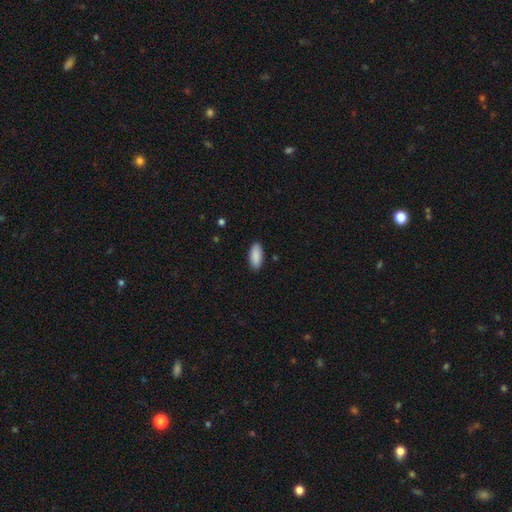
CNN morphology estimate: This appears to be a smooth galaxy with no disk features (90%) that is in between round and cigar-shaped (86%). Merging: none (90%).